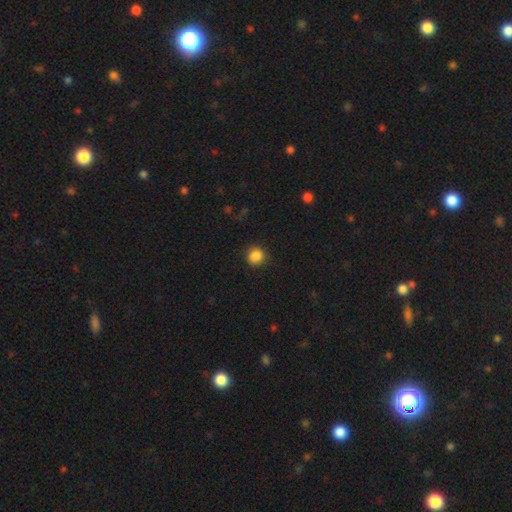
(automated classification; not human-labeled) Smooth or featured?
  - smooth: 87% *
  - star or artifact: 10%
  - featured or disk: 3%
How rounded?
  - round: 86% *
  - in between: 13%
  - cigar-shaped: 1%
Merging?
  - none: 85% *
  - minor disturbance: 11%
  - major disturbance: 3%
  - merger: 1%